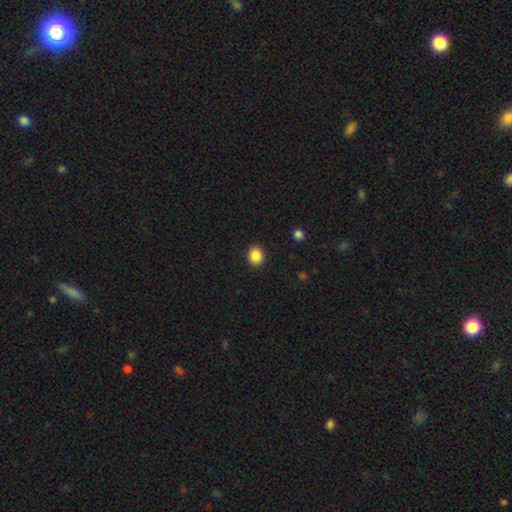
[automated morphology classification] smooth-or-featured: smooth: 87% | star or artifact: 9% | featured or disk: 3%
  how-rounded: round: 66% | in between: 33% | cigar-shaped: 1%
  merging: none: 91% | minor disturbance: 6% | major disturbance: 2% | merger: 1%